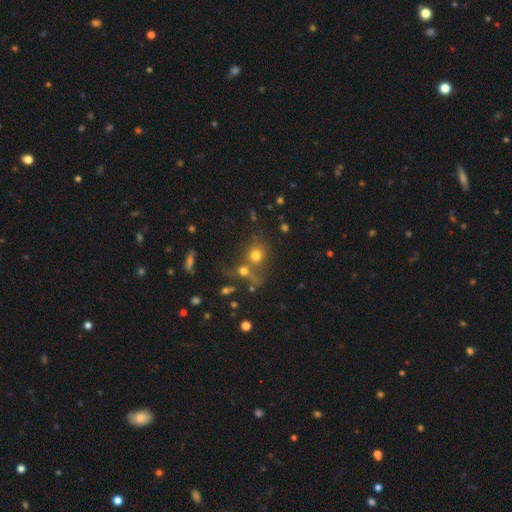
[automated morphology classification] Q: Smooth or featured?
A: smooth (66%); runner-up: star or artifact (20%)
Q: How rounded?
A: round (81%); runner-up: in between (17%)
Q: Merging?
A: none (47%); runner-up: merger (39%)